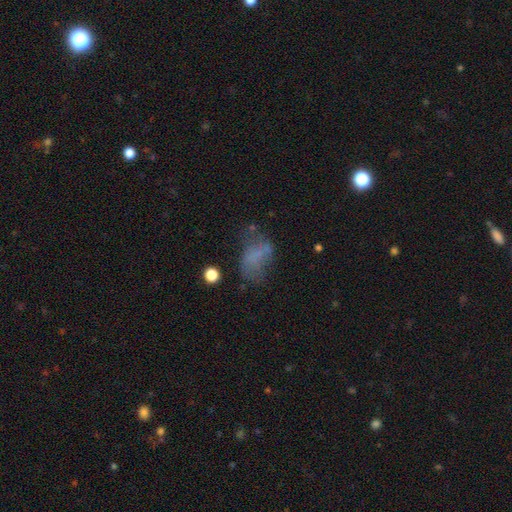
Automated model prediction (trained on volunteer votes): A smooth galaxy with no disk features (50%) that is in between round and cigar-shaped (82%). Merging: none (40%).